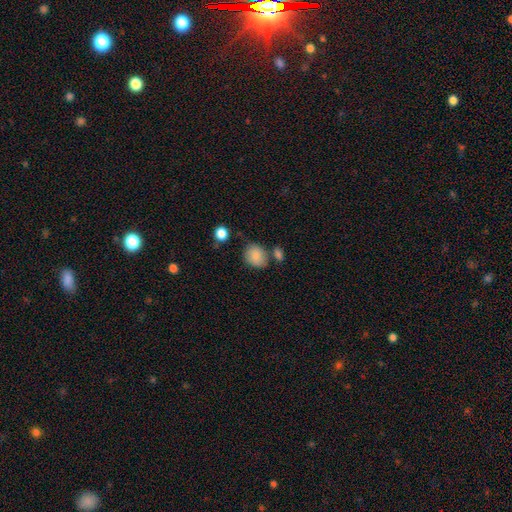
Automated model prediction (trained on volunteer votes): A smooth galaxy with no disk features (86%) that is round (56%).

Vote fractions:
- Smooth or featured? smooth: 86% / star or artifact: 8% / featured or disk: 6%
- How rounded? round: 56% / in between: 43% / cigar-shaped: 1%
- Merging? none: 66% / minor disturbance: 17% / merger: 12% / major disturbance: 5%